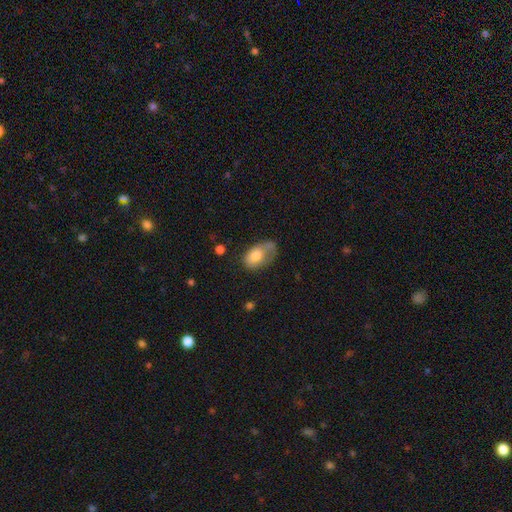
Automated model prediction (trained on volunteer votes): Overall: smooth (71%). How rounded: in between (89%). Merging: minor disturbance (31%; none 30%).